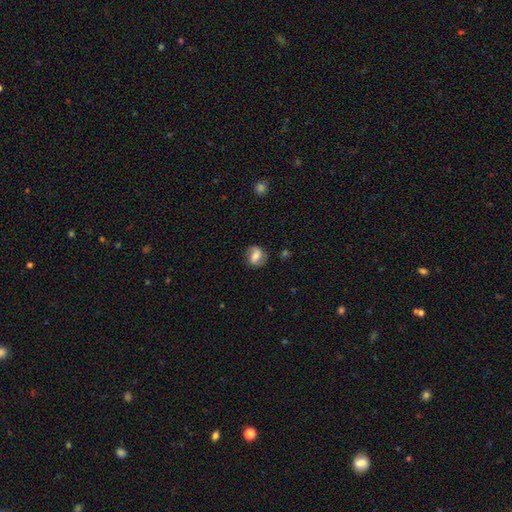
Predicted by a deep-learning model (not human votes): Q: Smooth or featured?
A: featured or disk (50%); runner-up: smooth (41%)
Q: Edge-on disk?
A: no (96%); runner-up: yes (4%)
Q: Merging?
A: none (78%); runner-up: minor disturbance (15%)